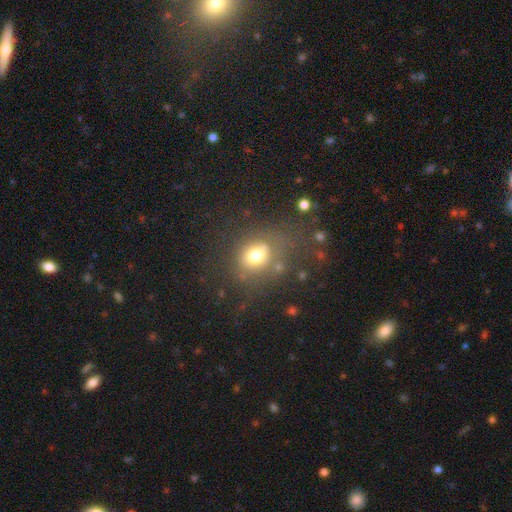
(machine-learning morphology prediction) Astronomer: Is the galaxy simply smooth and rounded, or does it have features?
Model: smooth — 70%.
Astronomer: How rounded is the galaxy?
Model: round — 64%.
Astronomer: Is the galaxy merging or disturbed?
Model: none — 54%.